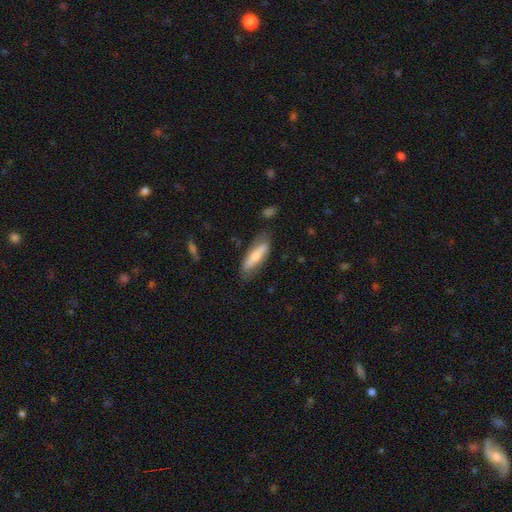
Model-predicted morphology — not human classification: Smooth or featured? Predicted: smooth (p=0.59). How rounded? Predicted: cigar-shaped (p=0.56). Merging? Predicted: none (p=0.68).